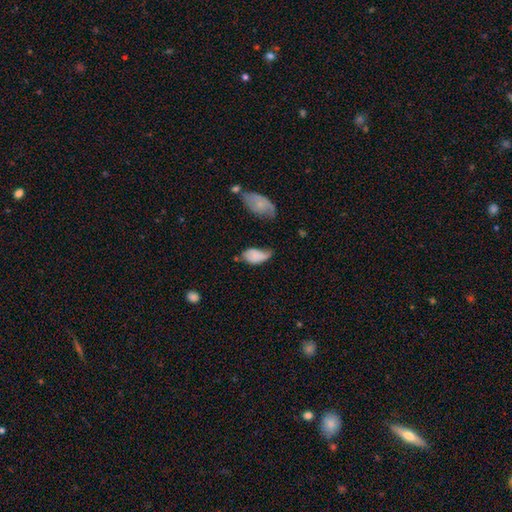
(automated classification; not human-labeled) Q: Smooth or featured?
A: smooth (74%); runner-up: featured or disk (18%)
Q: How rounded?
A: in between (92%); runner-up: round (5%)
Q: Merging?
A: minor disturbance (40%); runner-up: none (27%)